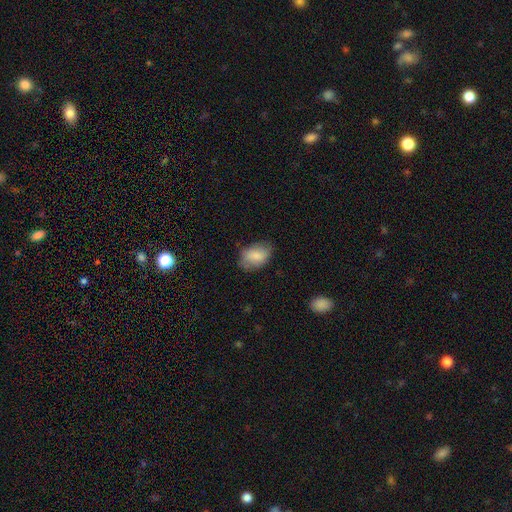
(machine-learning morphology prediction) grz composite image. It shows a smooth galaxy with no disk features (83%) that is in between round and cigar-shaped (87%). Merging: none (69%).